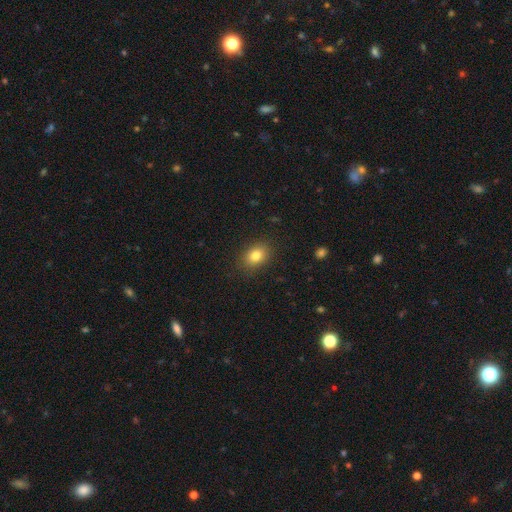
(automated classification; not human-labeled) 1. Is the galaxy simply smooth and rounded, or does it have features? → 81% smooth, 10% star or artifact, 9% featured or disk.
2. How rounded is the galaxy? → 68% in between, 31% round, 1% cigar-shaped.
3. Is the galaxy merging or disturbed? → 87% none, 9% minor disturbance, 3% major disturbance, 1% merger.